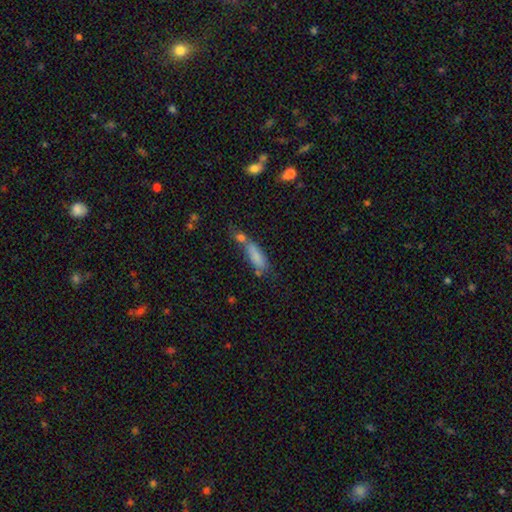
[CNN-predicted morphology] smooth 79%, featured or disk 12%, star or artifact 9%. Down the decision tree: how rounded — in between (49%); merging — merger (38%).